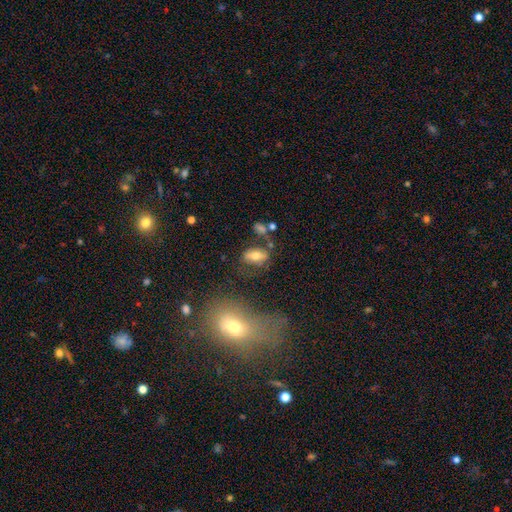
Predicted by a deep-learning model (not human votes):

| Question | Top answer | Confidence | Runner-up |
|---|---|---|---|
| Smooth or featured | smooth | 62% | featured or disk (28%) |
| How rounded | in between | 83% | cigar-shaped (8%) |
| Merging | none | 62% | minor disturbance (18%) |